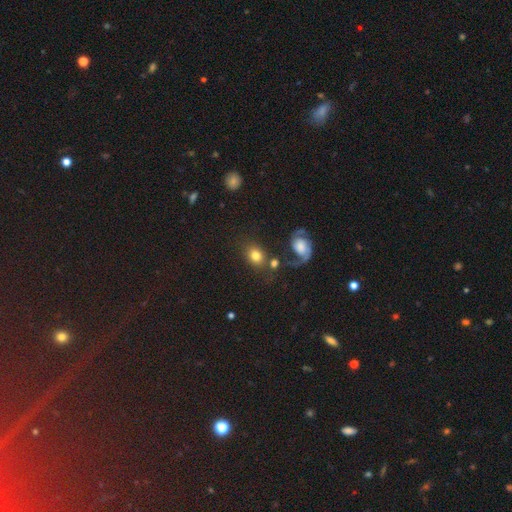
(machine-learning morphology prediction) Smooth or featured? smooth (73%)
How rounded? in between (50%)
Merging? none (65%)